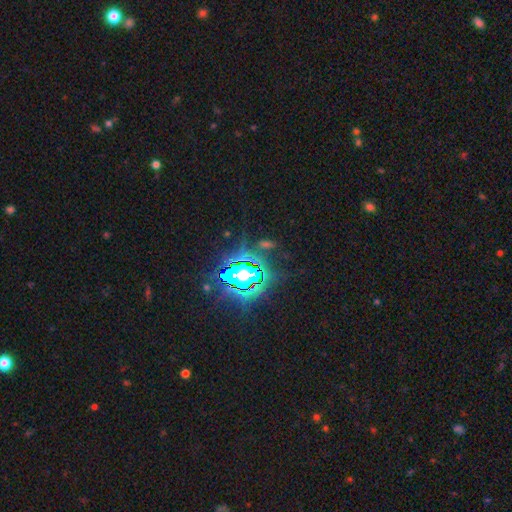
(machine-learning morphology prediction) This is clearly a star or artifact rather than a galaxy (86%).